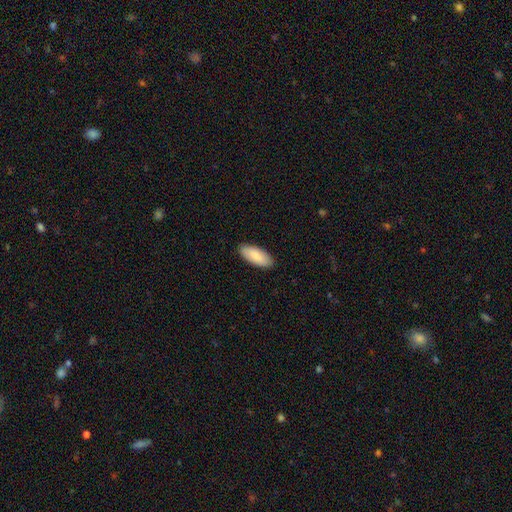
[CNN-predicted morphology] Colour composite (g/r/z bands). It shows a smooth galaxy with no disk features (87%) that is in between round and cigar-shaped (82%). Merging: none (89%).